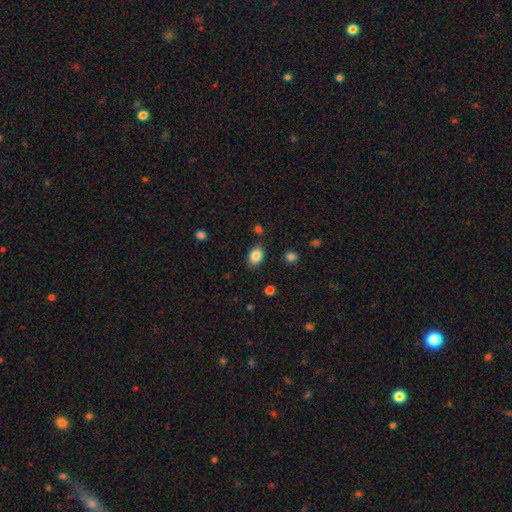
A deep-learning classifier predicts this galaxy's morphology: The model was most divided on "how rounded": in between: 78%, round: 21%, cigar-shaped: 1%. More confident: smooth or featured — smooth (85%); merging — none (82%).